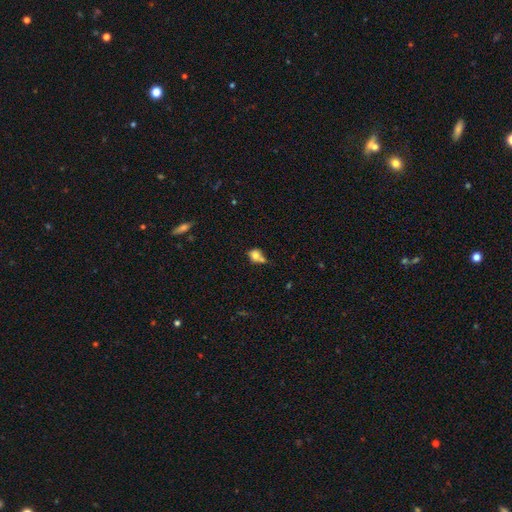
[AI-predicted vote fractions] A smooth galaxy with no disk features (73%) that is round (59%).

Vote fractions:
- Smooth or featured? smooth: 73% / featured or disk: 15% / star or artifact: 11%
- How rounded? round: 59% / in between: 39% / cigar-shaped: 2%
- Merging? merger: 37% / none: 34% / minor disturbance: 19% / major disturbance: 11%